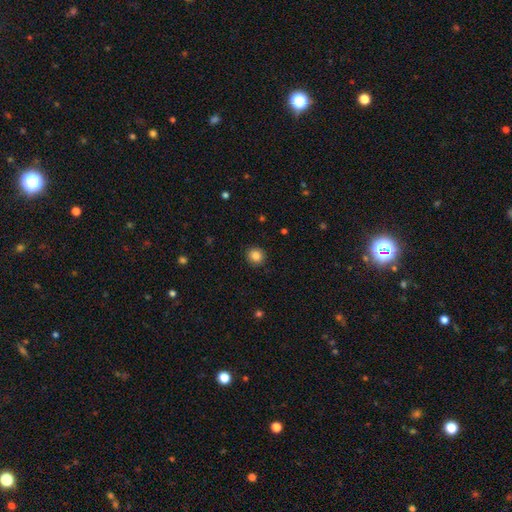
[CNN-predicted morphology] A smooth galaxy with no disk features (85%) that is round (90%). Merging: none (91%).